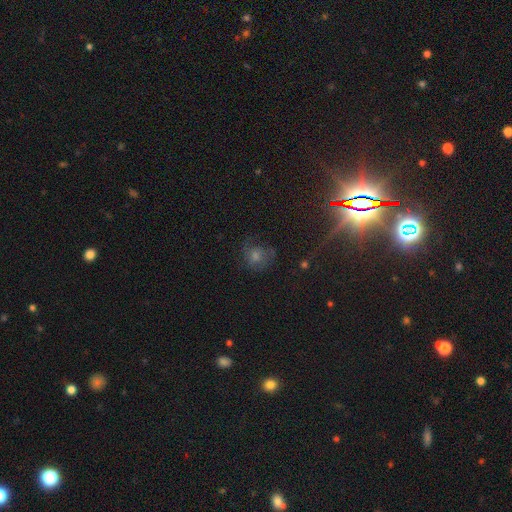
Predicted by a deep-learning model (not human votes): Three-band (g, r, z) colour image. It shows a star or artifact, not a galaxy (39%).